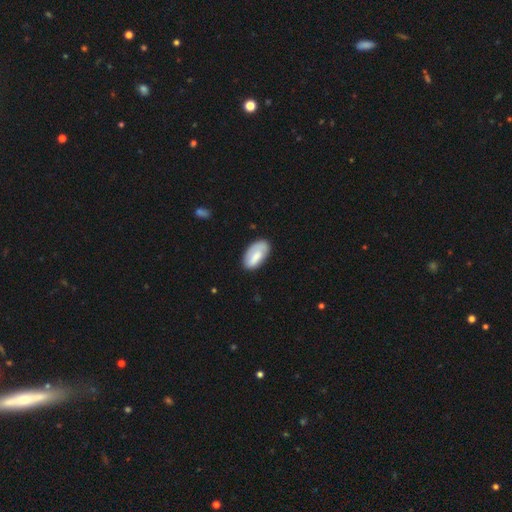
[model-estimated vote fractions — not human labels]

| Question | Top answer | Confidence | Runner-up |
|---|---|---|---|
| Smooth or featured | smooth | 73% | featured or disk (21%) |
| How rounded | in between | 94% | cigar-shaped (3%) |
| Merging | none | 69% | minor disturbance (23%) |